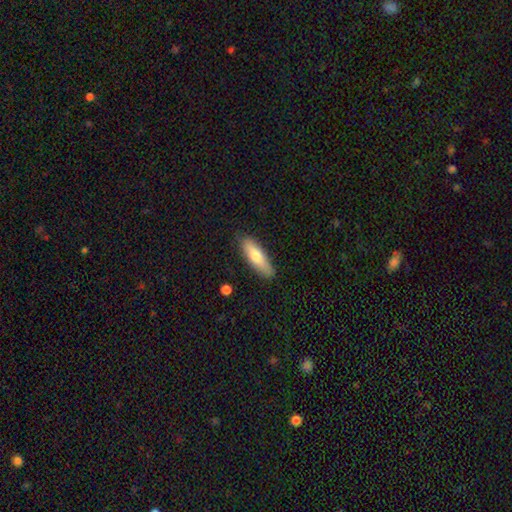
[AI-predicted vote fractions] Morphology: type=smooth (71%); roundness=cigar-shaped (54%); merging=none (84%).